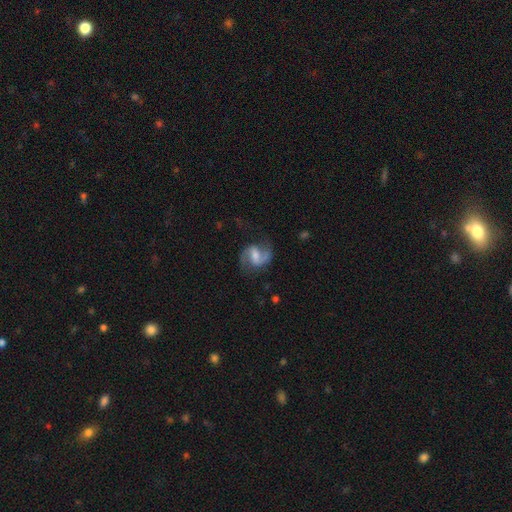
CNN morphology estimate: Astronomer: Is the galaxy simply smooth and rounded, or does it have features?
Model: featured or disk — 85%.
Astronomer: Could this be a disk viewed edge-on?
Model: no — 98%.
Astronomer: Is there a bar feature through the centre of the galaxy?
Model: weak — 53%.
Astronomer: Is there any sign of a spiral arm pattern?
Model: yes — 96%.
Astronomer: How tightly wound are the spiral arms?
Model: medium — 51% (runner-up: loose, 37%).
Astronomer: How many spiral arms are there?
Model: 2 — 90%.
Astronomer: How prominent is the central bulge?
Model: moderate — 40% (runner-up: small, 31%).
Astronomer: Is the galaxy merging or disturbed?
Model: none — 72%.